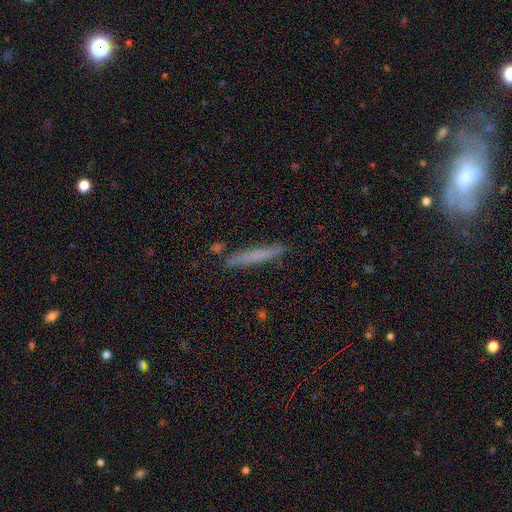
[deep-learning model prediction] A smooth galaxy with no disk features (63%) that is cigar-shaped (96%).

Vote fractions:
- Smooth or featured? smooth: 63% / featured or disk: 30% / star or artifact: 7%
- How rounded? cigar-shaped: 96% / in between: 3% / round: 1%
- Merging? none: 87% / minor disturbance: 9% / merger: 2% / major disturbance: 2%